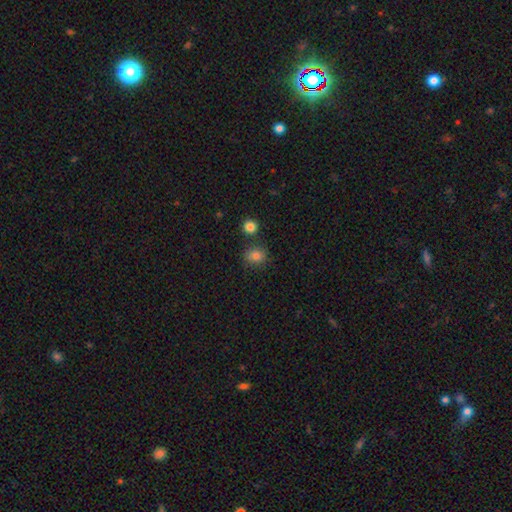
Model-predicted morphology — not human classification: The model was most divided on "how rounded": round: 64%, in between: 35%, cigar-shaped: 1%. More confident: smooth or featured — smooth (82%); merging — none (76%).